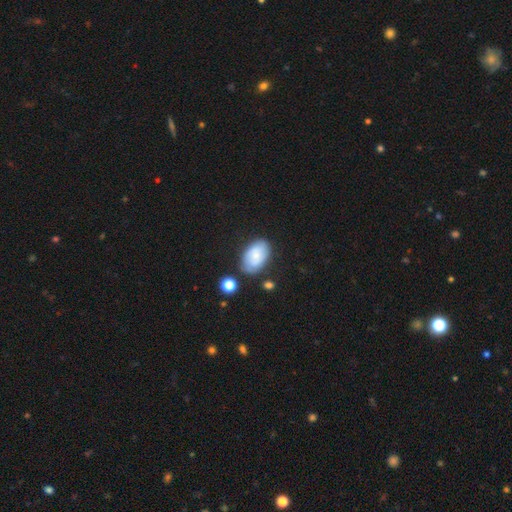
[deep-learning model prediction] Smooth or featured: smooth — 63% (featured or disk — 29%)
How rounded: in between — 91% (round — 8%)
Merging: none — 69% (minor disturbance — 20%)